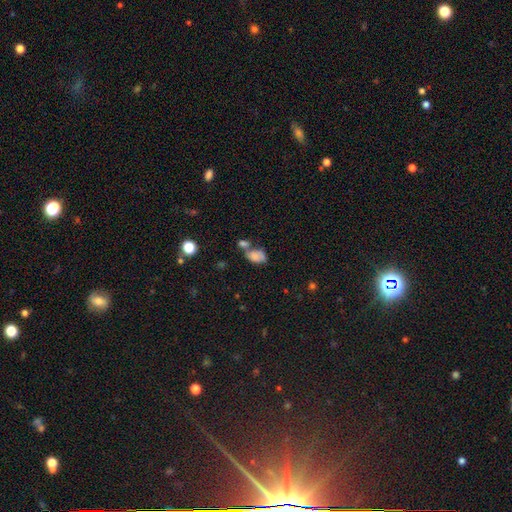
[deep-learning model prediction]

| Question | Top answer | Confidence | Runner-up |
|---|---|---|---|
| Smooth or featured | smooth | 71% | featured or disk (18%) |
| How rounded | in between | 83% | round (15%) |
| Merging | merger | 45% | none (28%) |